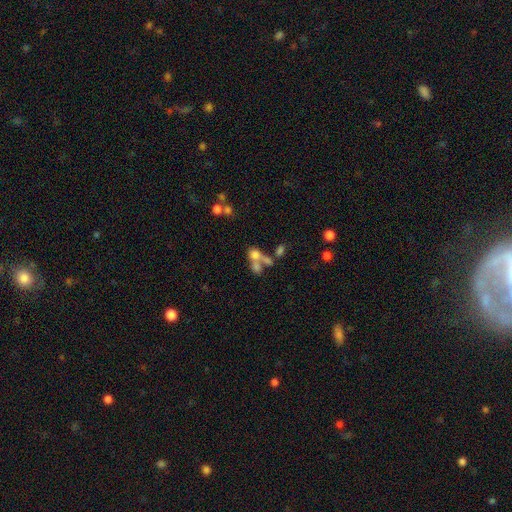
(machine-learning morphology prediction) Q: Smooth or featured?
A: smooth (47%); runner-up: featured or disk (30%)
Q: Merging?
A: merger (50%); runner-up: none (32%)